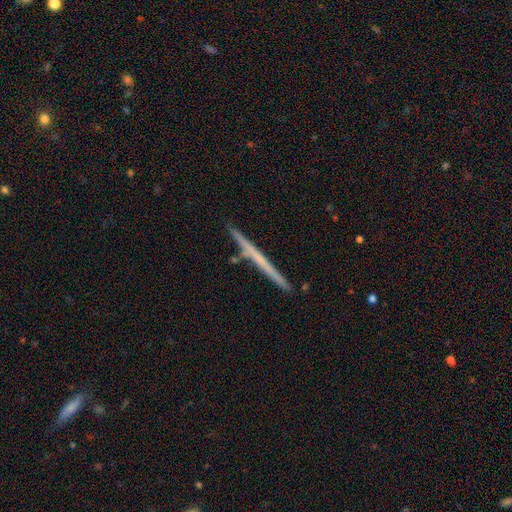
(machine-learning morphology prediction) The model was most divided on "smooth or featured": featured or disk: 57%, smooth: 35%, star or artifact: 8%. More confident: edge-on disk — yes (97%); merging — none (90%); edge-on bulge — none (81%).